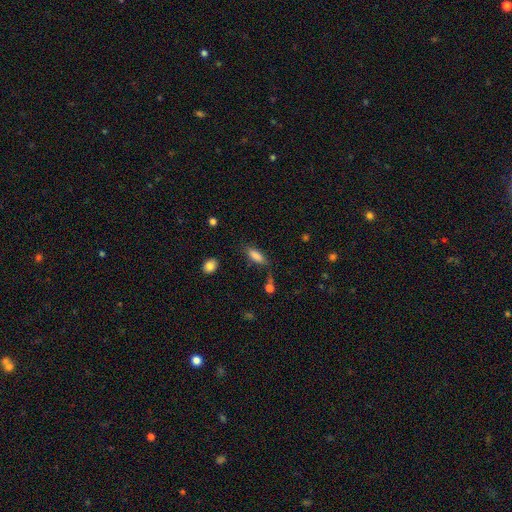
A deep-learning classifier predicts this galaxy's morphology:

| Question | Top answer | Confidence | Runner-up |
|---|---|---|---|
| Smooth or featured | smooth | 82% | featured or disk (10%) |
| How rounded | in between | 72% | cigar-shaped (25%) |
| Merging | none | 61% | minor disturbance (22%) |